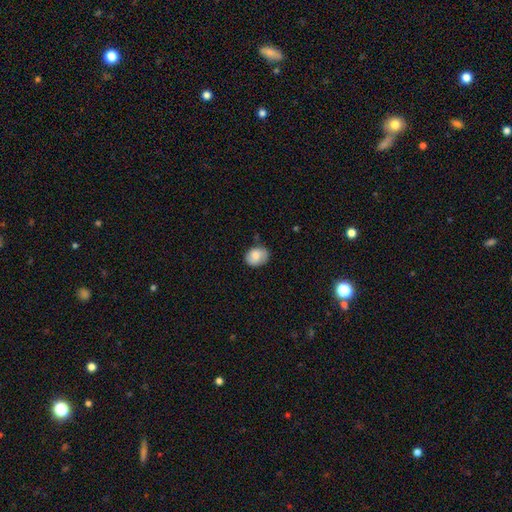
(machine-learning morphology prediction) Smooth or featured?
  - smooth: 79% *
  - featured or disk: 13%
  - star or artifact: 8%
How rounded?
  - in between: 52% *
  - round: 47%
  - cigar-shaped: 1%
Merging?
  - none: 68% *
  - minor disturbance: 25%
  - major disturbance: 5%
  - merger: 2%